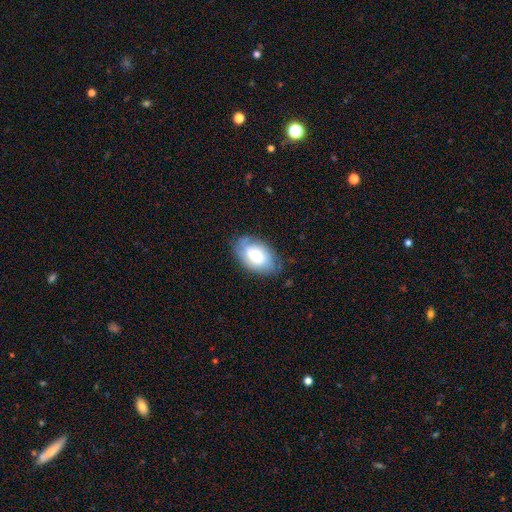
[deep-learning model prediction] Morphology: type=smooth (60%); roundness=in between (92%); merging=none (72%).